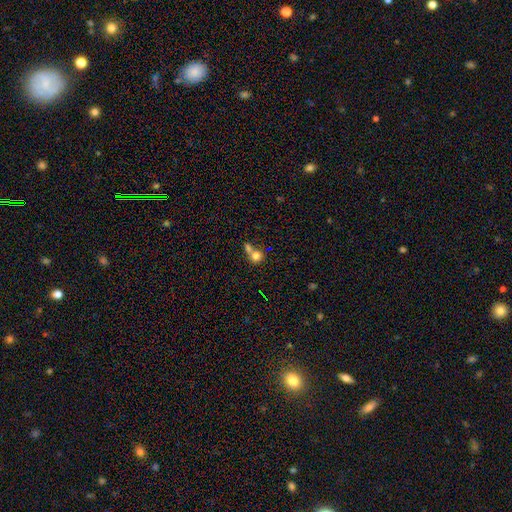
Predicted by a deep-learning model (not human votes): Smooth or featured?
  - smooth: 76% *
  - featured or disk: 12%
  - star or artifact: 12%
How rounded?
  - round: 83% *
  - in between: 16%
  - cigar-shaped: 1%
Merging?
  - merger: 52% *
  - none: 36%
  - minor disturbance: 8%
  - major disturbance: 5%